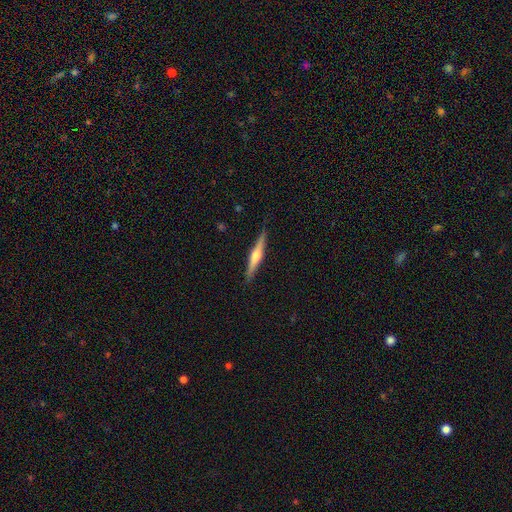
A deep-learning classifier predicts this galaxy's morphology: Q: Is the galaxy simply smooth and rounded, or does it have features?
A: featured or disk — 66%.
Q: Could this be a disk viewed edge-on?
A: yes — 98%.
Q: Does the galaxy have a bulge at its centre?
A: rounded — 87%.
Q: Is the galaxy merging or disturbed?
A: none — 89%.